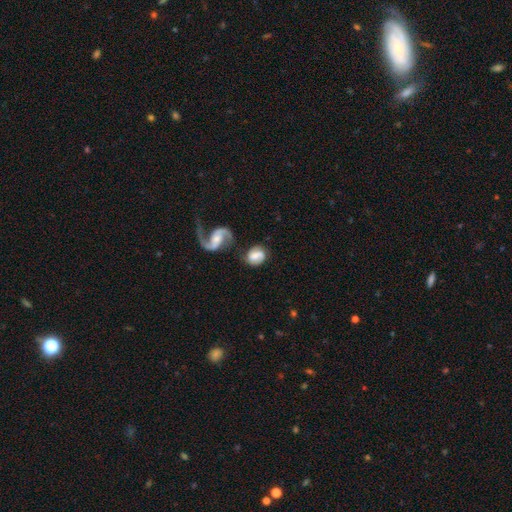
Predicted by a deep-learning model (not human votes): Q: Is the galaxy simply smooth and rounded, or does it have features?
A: featured or disk — 47%.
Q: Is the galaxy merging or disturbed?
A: none — 53%.